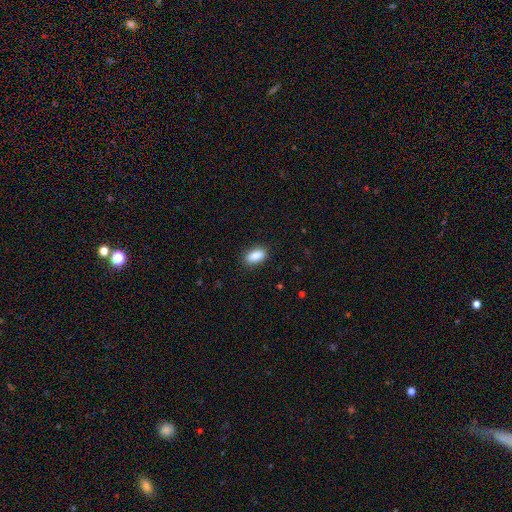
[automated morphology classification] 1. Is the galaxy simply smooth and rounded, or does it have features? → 87% smooth, 7% star or artifact, 6% featured or disk.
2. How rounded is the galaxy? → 90% in between, 5% cigar-shaped, 5% round.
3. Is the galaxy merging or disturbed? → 88% none, 9% minor disturbance, 2% major disturbance, 1% merger.